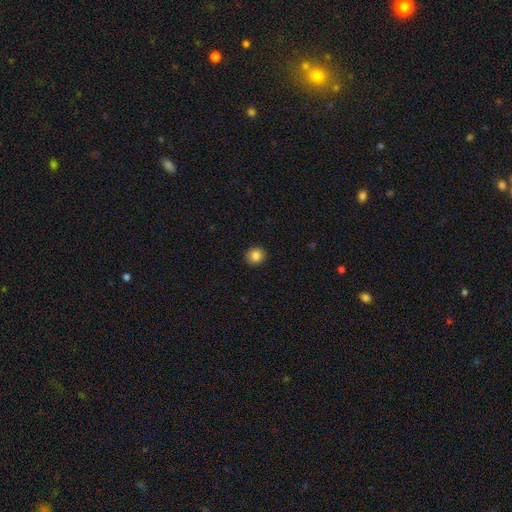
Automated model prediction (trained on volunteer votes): Smooth or featured?
  - smooth: 84% *
  - star or artifact: 10%
  - featured or disk: 6%
How rounded?
  - round: 88% *
  - in between: 11%
  - cigar-shaped: 1%
Merging?
  - none: 90% *
  - minor disturbance: 7%
  - major disturbance: 2%
  - merger: 1%